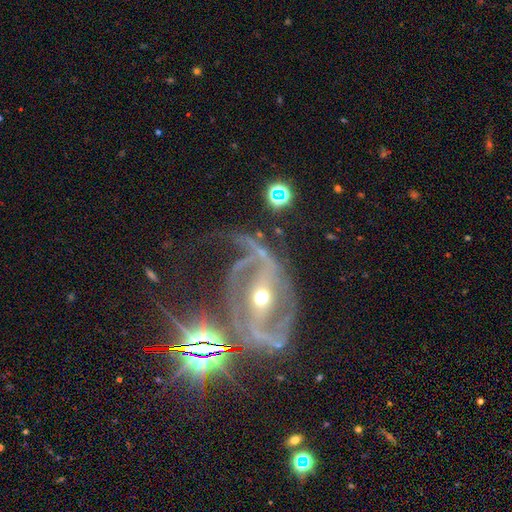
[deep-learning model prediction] The model was most divided on "bulge size": moderate: 56%, small: 40%, large: 2%, dominant: 1%, none: 1%. Remaining: spiral arms — yes (97%); edge-on disk — no (96%); smooth or featured — featured or disk (87%); spiral arm count — 2 (83%); bar — strong (59%); merging — none (56%); spiral winding — medium (49%).